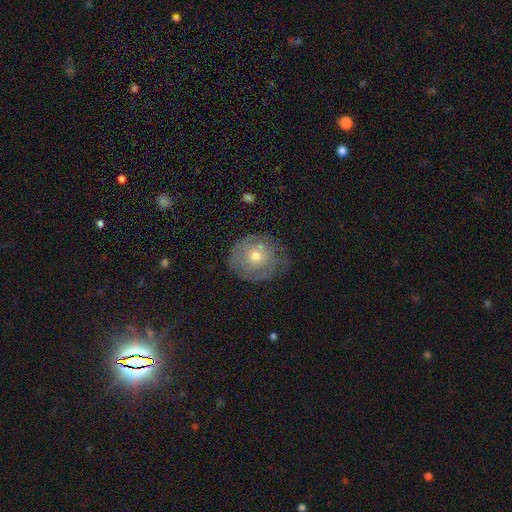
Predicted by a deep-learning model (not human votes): featured or disk 62%, smooth 30%, star or artifact 8%. Down the decision tree: edge-on disk — no (96%); bar — no (85%); spiral arms — yes (72%); bulge size — moderate (59%); merging — none (68%).